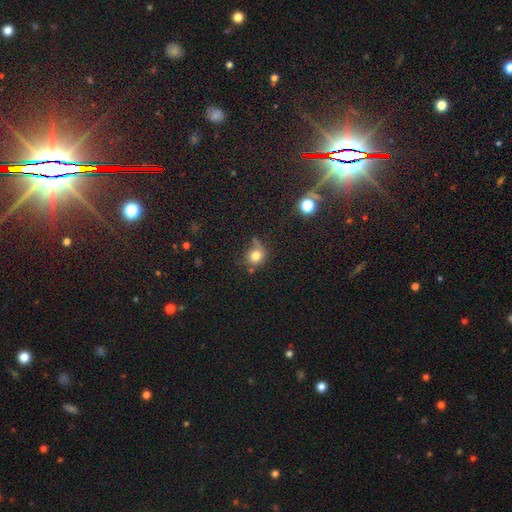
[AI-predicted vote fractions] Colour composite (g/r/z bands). It shows a smooth galaxy with no disk features (78%) that is round (81%). Merging: none (57%).